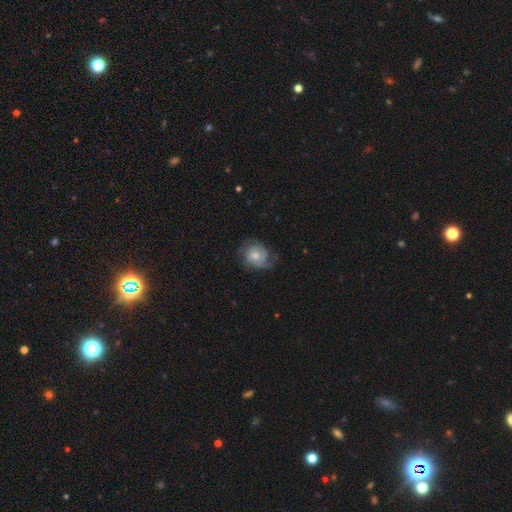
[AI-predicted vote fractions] This appears to be a featured or disk galaxy (52%) with no bar (77%), spiral arms (83%) and a moderate central bulge (54%). Merging: none (61%).